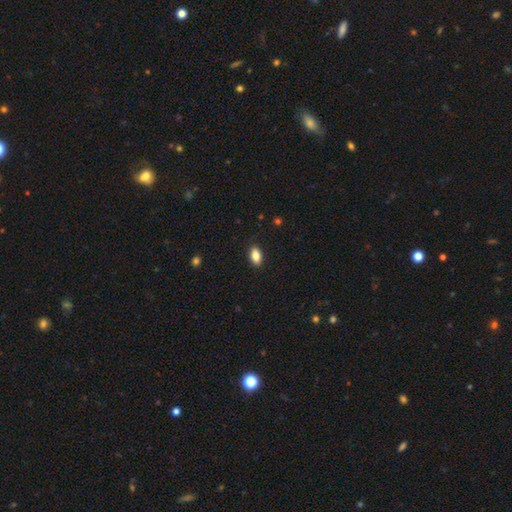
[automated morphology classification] Q: Smooth or featured?
A: smooth (86%); runner-up: star or artifact (8%)
Q: How rounded?
A: in between (90%); runner-up: round (6%)
Q: Merging?
A: none (88%); runner-up: minor disturbance (9%)